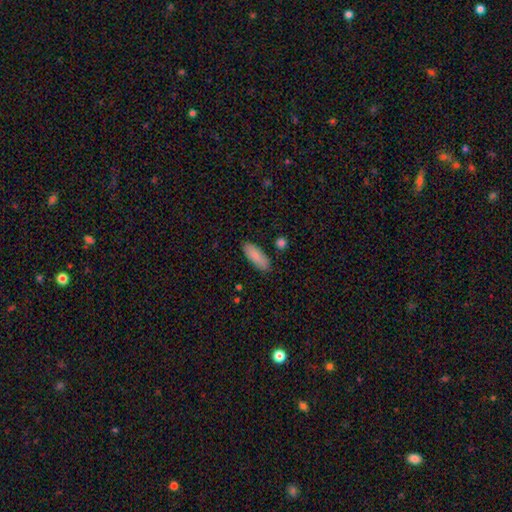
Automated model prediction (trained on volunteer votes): The model was most divided on "how rounded": in between: 72%, cigar-shaped: 26%, round: 2%. More confident: smooth or featured — smooth (87%); merging — none (87%).